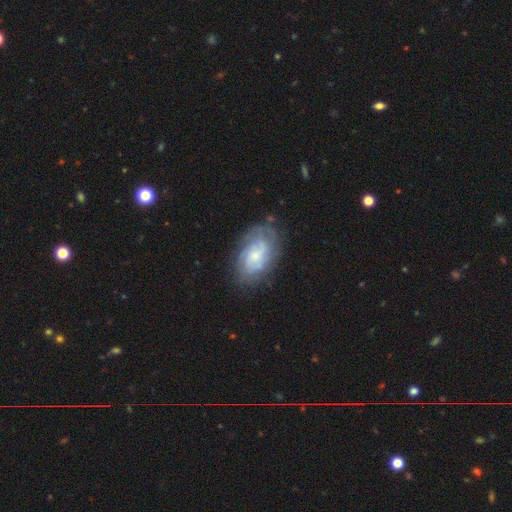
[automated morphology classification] Overall: featured or disk (68%). Edge-on disk: no (96%). Bar: no (68%). Spiral arms: yes (88%). Spiral arm count: can't tell (44%; 2 28%). Spiral winding: tight (56%; medium 33%). Bulge size: small (62%; moderate 27%). Merging: none (72%).